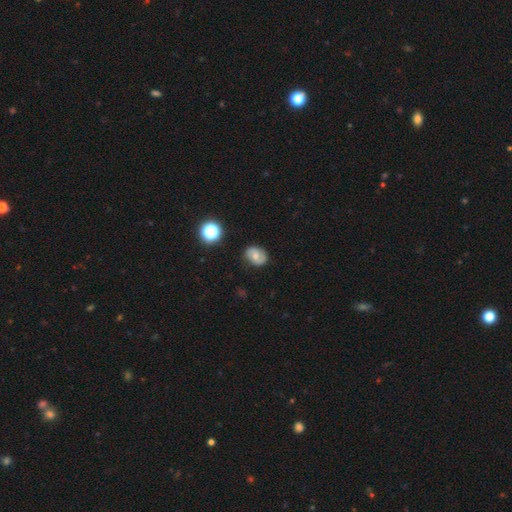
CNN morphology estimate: smooth 50%, featured or disk 39%, star or artifact 11%. Down the decision tree: merging — none (80%).